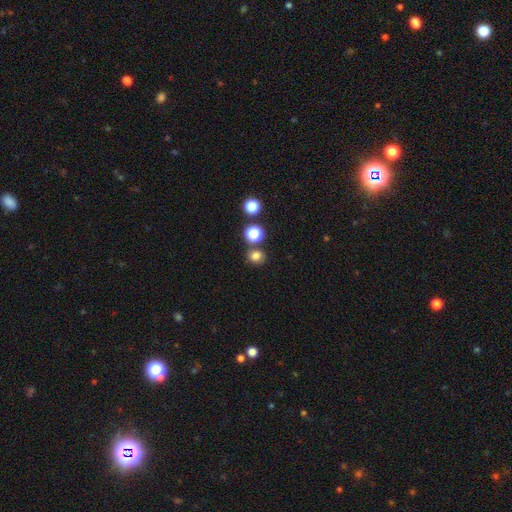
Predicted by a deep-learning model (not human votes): Morphology: type=smooth (78%); roundness=round (82%); merging=none (77%).